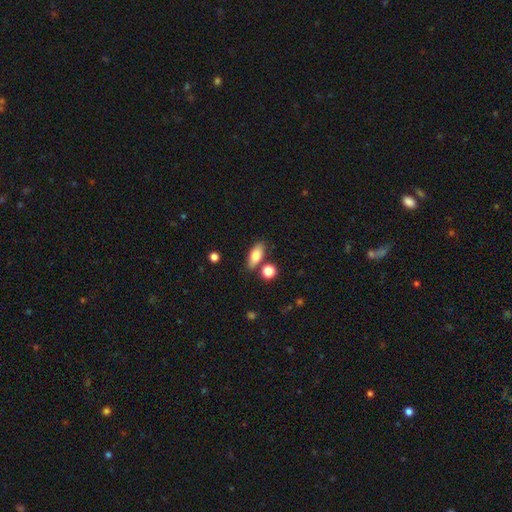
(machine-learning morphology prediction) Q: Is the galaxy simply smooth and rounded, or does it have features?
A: smooth — 76%.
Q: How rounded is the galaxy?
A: in between — 79%.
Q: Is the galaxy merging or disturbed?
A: none — 76%.